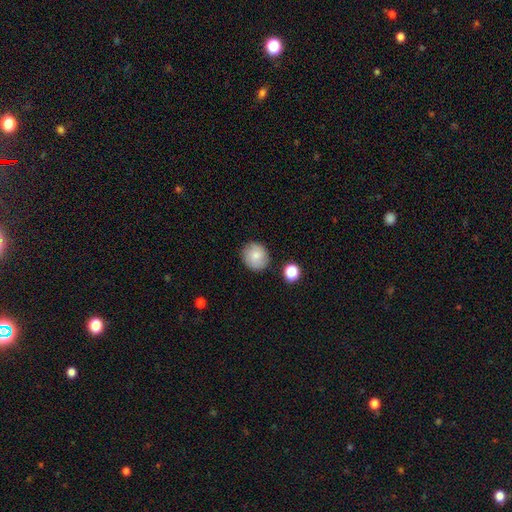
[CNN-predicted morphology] Smooth or featured: smooth — 79% (featured or disk — 13%)
How rounded: round — 81% (in between — 18%)
Merging: none — 83% (minor disturbance — 11%)